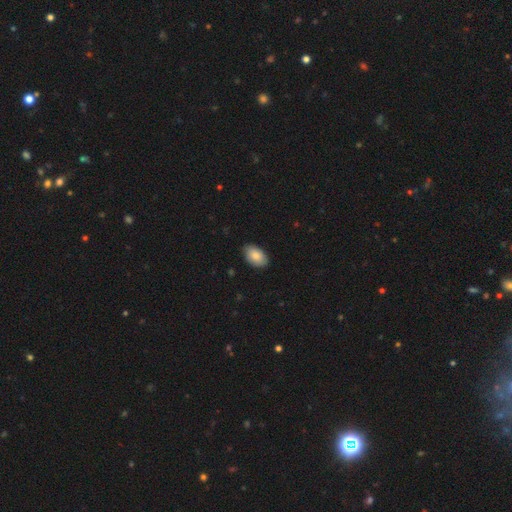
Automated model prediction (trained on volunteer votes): Overall: smooth (86%). How rounded: in between (93%). Merging: none (86%).